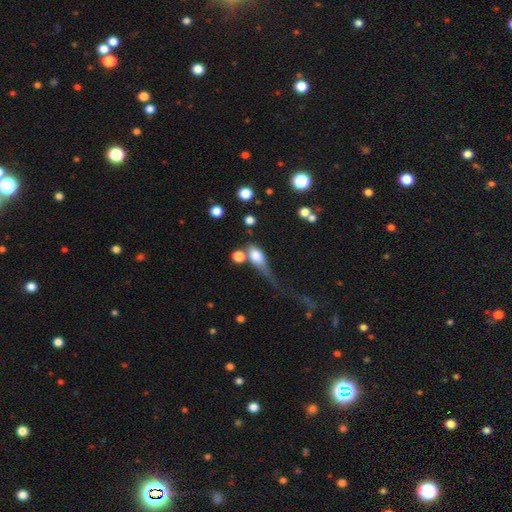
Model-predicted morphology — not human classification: smooth-or-featured: smooth: 72% | featured or disk: 19% | star or artifact: 9%
  how-rounded: in between: 69% | round: 16% | cigar-shaped: 15%
  merging: major disturbance: 35% | none: 23% | minor disturbance: 22% | merger: 20%